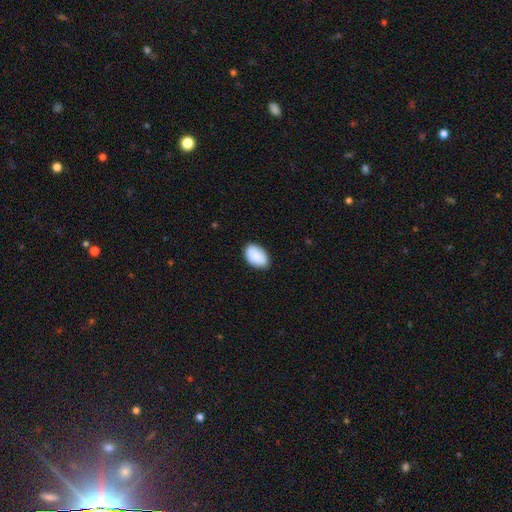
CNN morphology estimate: A smooth galaxy with no disk features (90%) that is in between round and cigar-shaped (92%). Merging: none (85%).